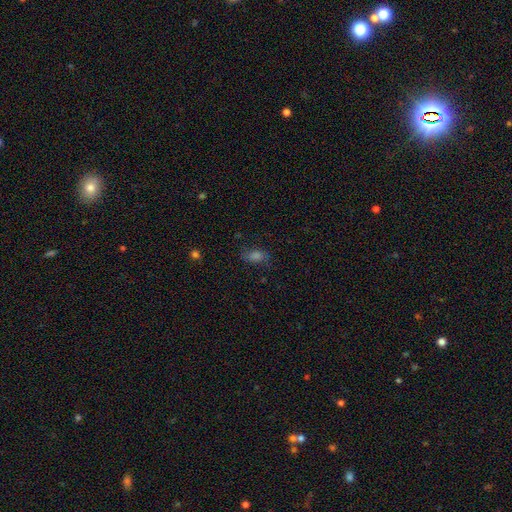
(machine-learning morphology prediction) Smooth or featured? smooth (55%)
How rounded? in between (80%)
Merging? none (74%)